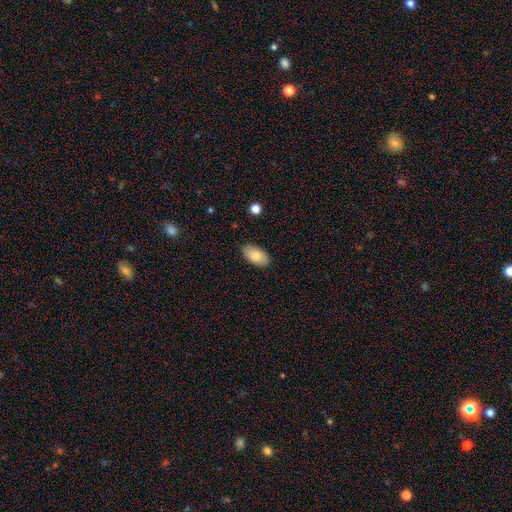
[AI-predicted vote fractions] This appears to be a smooth galaxy with no disk features (84%) that is in between round and cigar-shaped (95%). Merging: none (87%).